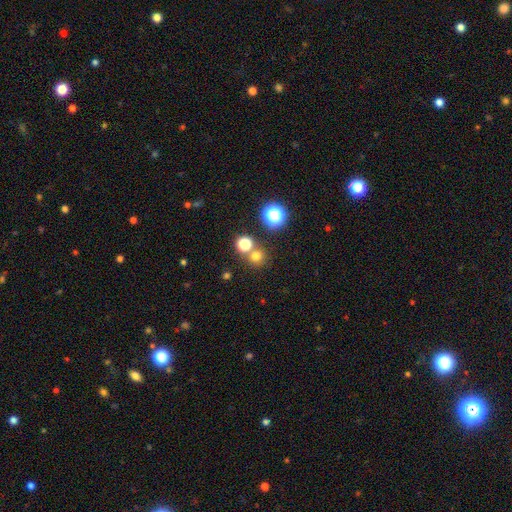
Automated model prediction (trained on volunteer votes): Q: Smooth or featured?
A: smooth (68%); runner-up: star or artifact (25%)
Q: How rounded?
A: round (90%); runner-up: in between (9%)
Q: Merging?
A: none (69%); runner-up: merger (21%)